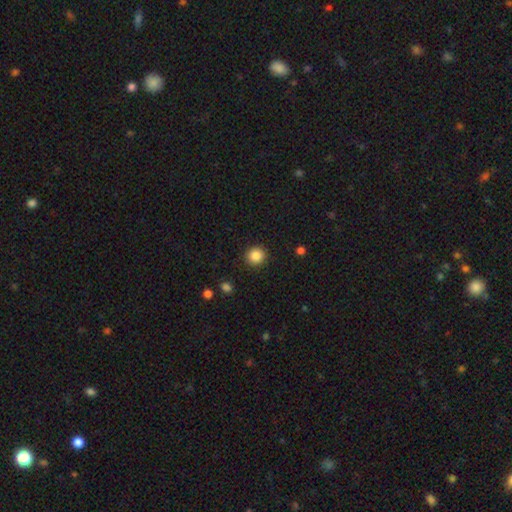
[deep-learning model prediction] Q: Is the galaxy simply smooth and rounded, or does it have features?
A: smooth — 86%.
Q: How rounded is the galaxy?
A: round — 93%.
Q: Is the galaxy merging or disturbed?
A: none — 91%.